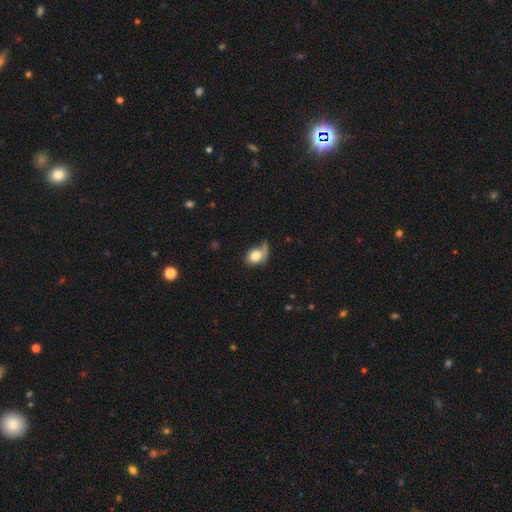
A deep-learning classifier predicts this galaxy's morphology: Q: Smooth or featured?
A: smooth (75%); runner-up: featured or disk (16%)
Q: How rounded?
A: in between (55%); runner-up: round (44%)
Q: Merging?
A: none (42%); runner-up: minor disturbance (26%)